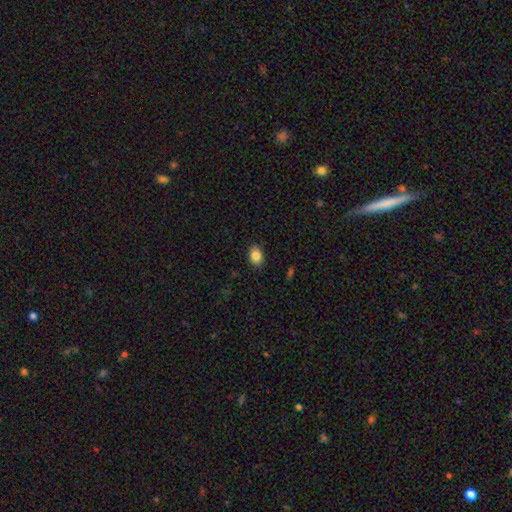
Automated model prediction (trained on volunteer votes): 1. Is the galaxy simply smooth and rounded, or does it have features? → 85% smooth, 9% star or artifact, 6% featured or disk.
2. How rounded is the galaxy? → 79% in between, 20% round, 1% cigar-shaped.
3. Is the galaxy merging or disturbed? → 87% none, 10% minor disturbance, 2% major disturbance, 1% merger.